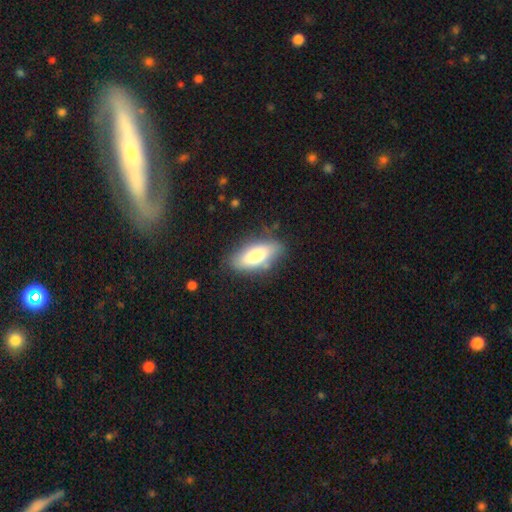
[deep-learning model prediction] Smooth or featured? smooth (75%)
How rounded? in between (77%)
Merging? none (76%)